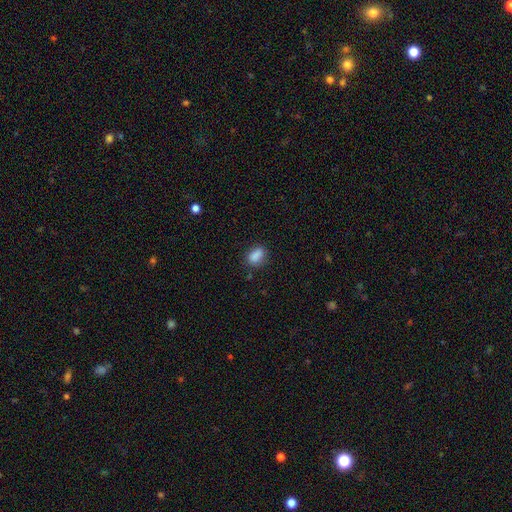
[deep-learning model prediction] smooth 86%, star or artifact 9%, featured or disk 5%. Down the decision tree: how rounded — in between (81%); merging — none (75%).